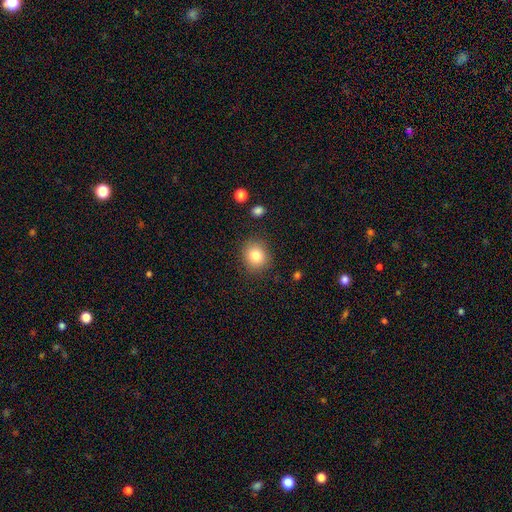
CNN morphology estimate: smooth 82%, star or artifact 10%, featured or disk 8%. Down the decision tree: how rounded — round (81%); merging — none (86%).